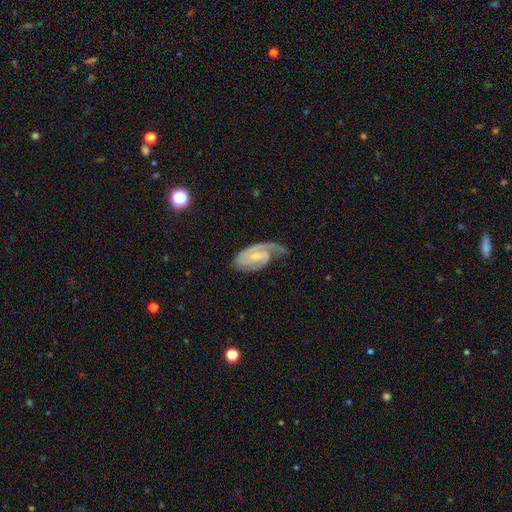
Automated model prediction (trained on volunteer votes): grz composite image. It shows a featured or disk galaxy (86%) with no bar (48%), 2 (62%) tight (49%) spiral arms (97%) and a small central bulge (64%). Merging: none (54%).